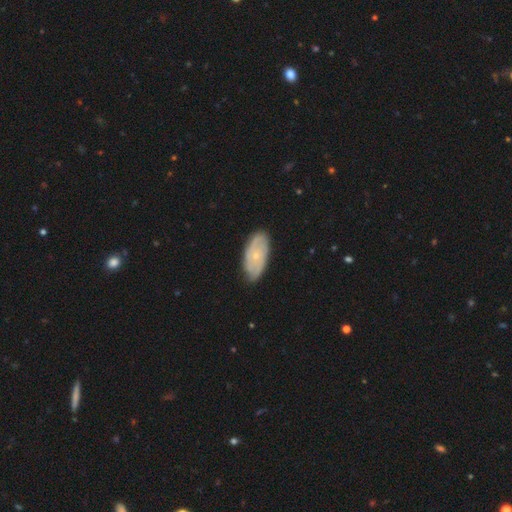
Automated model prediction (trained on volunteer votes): A featured or disk galaxy (57%) with no bar (84%), spiral arms (72%) and a small central bulge (77%). Merging: none (81%).